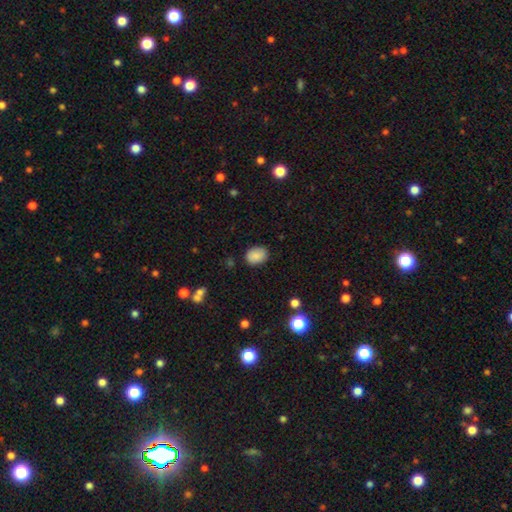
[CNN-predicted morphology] This appears to be a smooth galaxy with no disk features (86%) that is in between round and cigar-shaped (69%). Merging: none (83%).